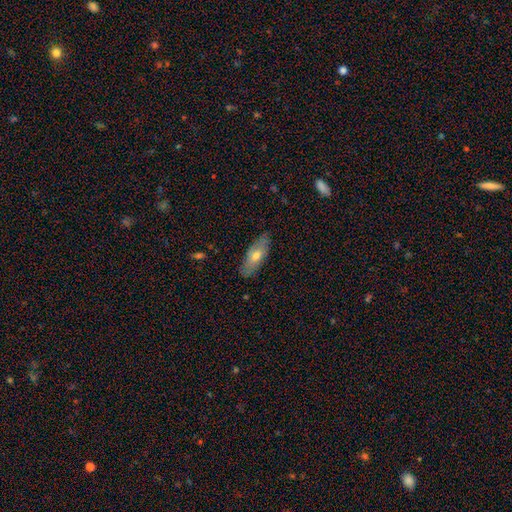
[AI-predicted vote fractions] Morphology: type=smooth (56%); roundness=in between (66%); merging=none (83%).